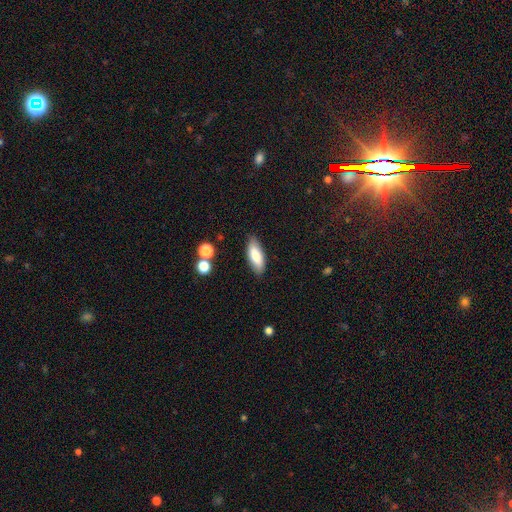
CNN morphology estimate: Q: Smooth or featured?
A: smooth (80%); runner-up: featured or disk (13%)
Q: How rounded?
A: in between (72%); runner-up: cigar-shaped (26%)
Q: Merging?
A: none (83%); runner-up: minor disturbance (12%)